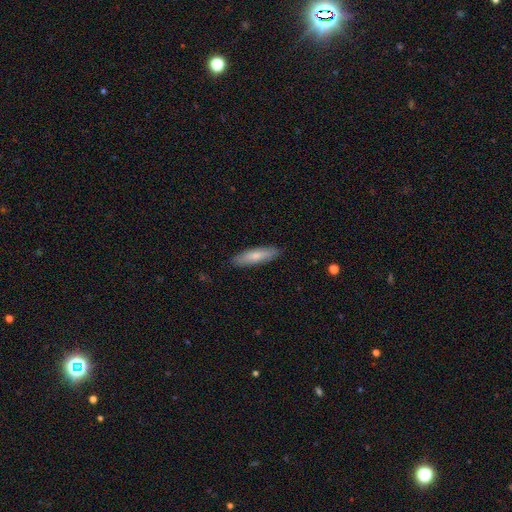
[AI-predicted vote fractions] A smooth galaxy with no disk features (73%) that is cigar-shaped (68%).

Vote fractions:
- Smooth or featured? smooth: 73% / featured or disk: 22% / star or artifact: 5%
- How rounded? cigar-shaped: 68% / in between: 30% / round: 2%
- Merging? none: 88% / minor disturbance: 9% / major disturbance: 2% / merger: 1%